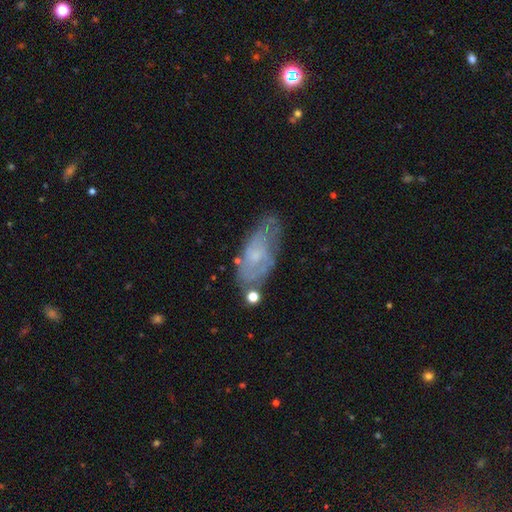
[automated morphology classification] Smooth or featured? featured or disk (58%)
Edge-on disk? no (88%)
Bar? no (71%)
Spiral arms? yes (67%)
Bulge size? small (65%)
Merging? none (59%)